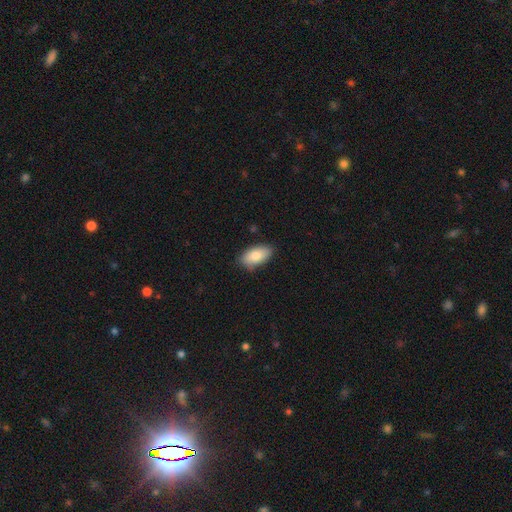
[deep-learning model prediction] Q: Smooth or featured?
A: smooth (83%); runner-up: featured or disk (11%)
Q: How rounded?
A: in between (93%); runner-up: round (4%)
Q: Merging?
A: none (79%); runner-up: minor disturbance (17%)